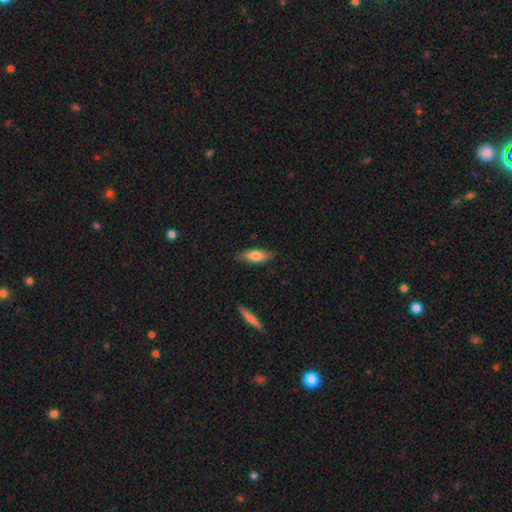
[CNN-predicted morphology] This appears to be a smooth galaxy with no disk features (71%) that is in between round and cigar-shaped (59%). Merging: none (85%).